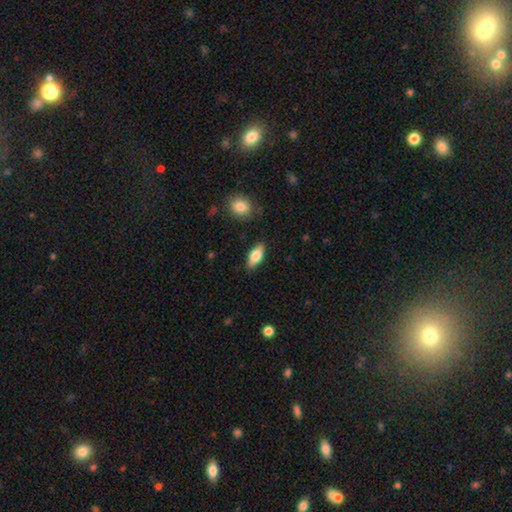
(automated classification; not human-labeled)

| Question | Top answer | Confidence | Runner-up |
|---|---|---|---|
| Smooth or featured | smooth | 73% | featured or disk (21%) |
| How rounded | in between | 80% | cigar-shaped (17%) |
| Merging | none | 85% | minor disturbance (11%) |